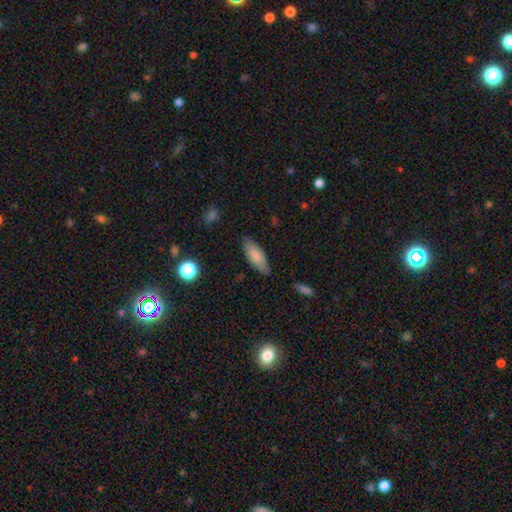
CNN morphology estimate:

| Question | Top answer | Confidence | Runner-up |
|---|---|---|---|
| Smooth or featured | smooth | 79% | featured or disk (14%) |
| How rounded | in between | 72% | cigar-shaped (27%) |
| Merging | none | 77% | minor disturbance (18%) |